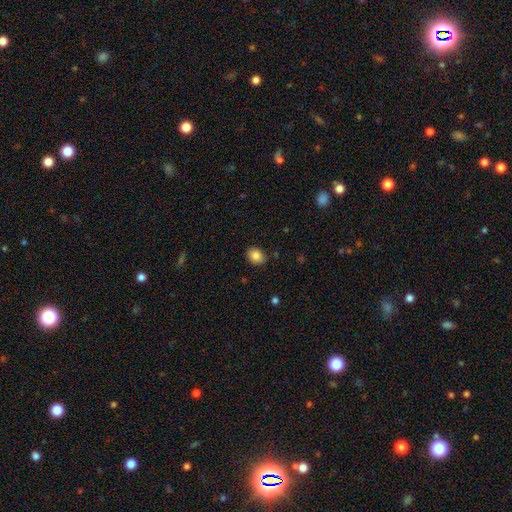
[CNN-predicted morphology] A smooth galaxy with no disk features (86%) that is in between round and cigar-shaped (58%). Merging: none (87%).